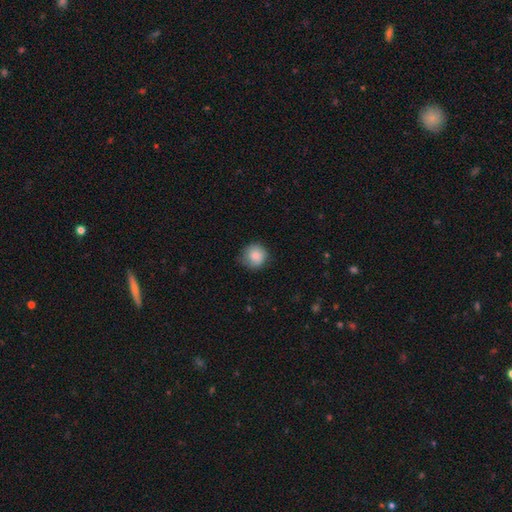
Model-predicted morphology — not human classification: The model was most divided on "merging": none: 72%, minor disturbance: 22%, major disturbance: 5%, merger: 1%. More confident: how rounded — round (91%); smooth or featured — smooth (86%).